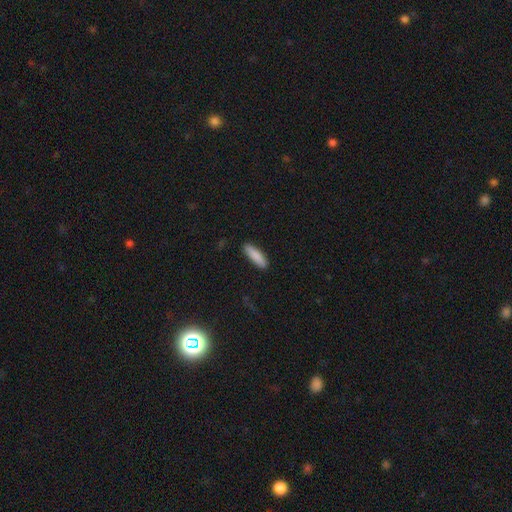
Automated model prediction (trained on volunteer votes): The model was most divided on "how rounded": cigar-shaped: 65%, in between: 33%, round: 1%. More confident: merging — none (89%); smooth or featured — smooth (88%).